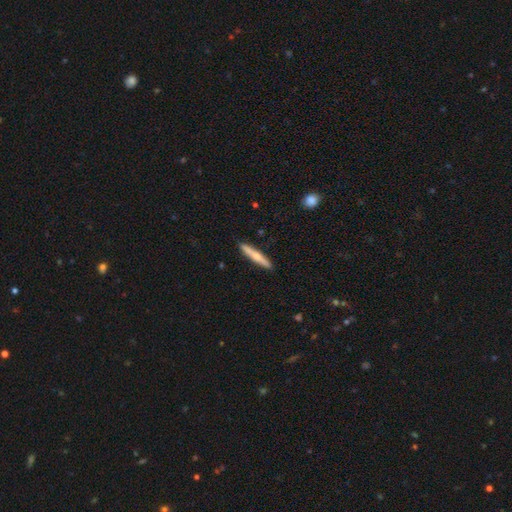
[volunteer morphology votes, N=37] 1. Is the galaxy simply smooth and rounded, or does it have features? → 73% smooth, 24% featured or disk, 3% star or artifact.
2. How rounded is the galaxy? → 93% cigar-shaped, 7% in between, 0% round.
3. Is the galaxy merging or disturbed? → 92% none, 8% minor disturbance, 0% major disturbance, 0% merger.